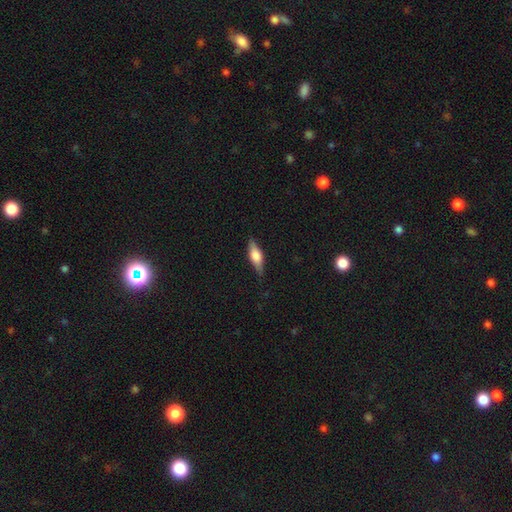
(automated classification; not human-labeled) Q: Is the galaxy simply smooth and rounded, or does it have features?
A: smooth — 53%.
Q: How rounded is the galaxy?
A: in between — 58%.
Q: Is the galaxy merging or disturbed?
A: none — 82%.